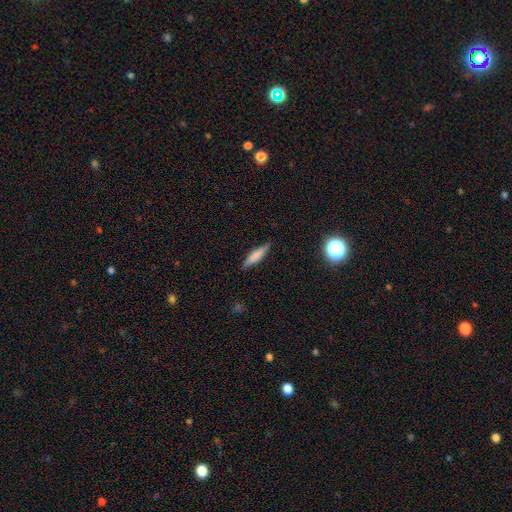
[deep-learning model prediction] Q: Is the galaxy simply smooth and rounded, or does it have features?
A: smooth — 67%.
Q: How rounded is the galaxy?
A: cigar-shaped — 76%.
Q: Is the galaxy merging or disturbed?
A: none — 84%.